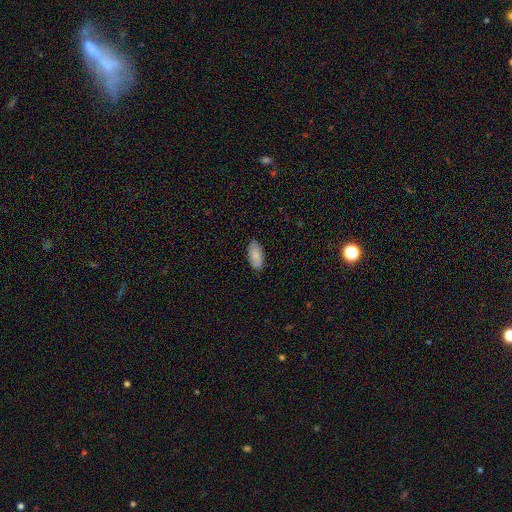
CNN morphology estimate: Overall: smooth (85%). How rounded: in between (93%). Merging: none (88%).